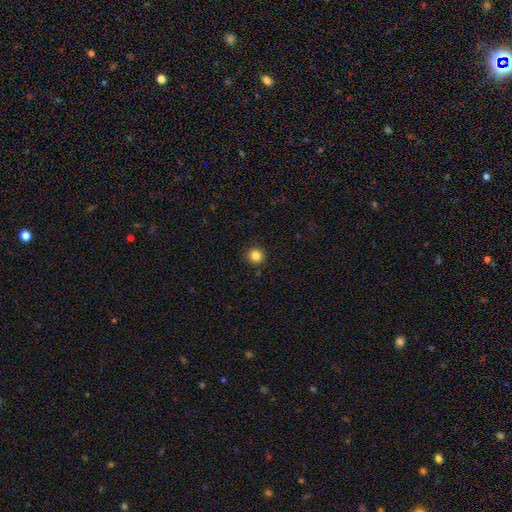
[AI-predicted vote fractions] smooth_or_featured: smooth (p=0.84) [alt: star or artifact p=0.11]
how_rounded: round (p=0.94) [alt: in between p=0.05]
merging: none (p=0.92) [alt: minor disturbance p=0.05]